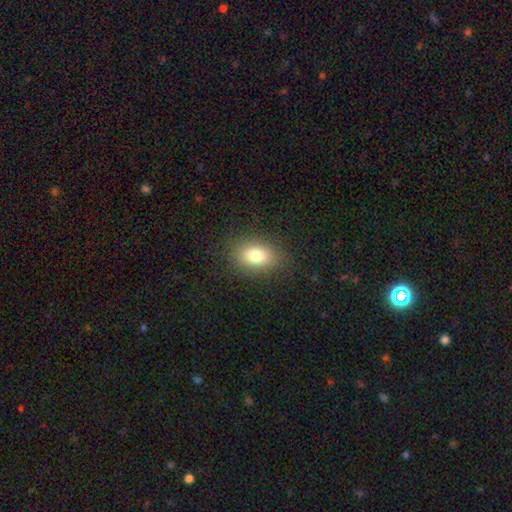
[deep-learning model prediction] Morphology: type=smooth (79%); roundness=in between (77%); merging=none (85%).